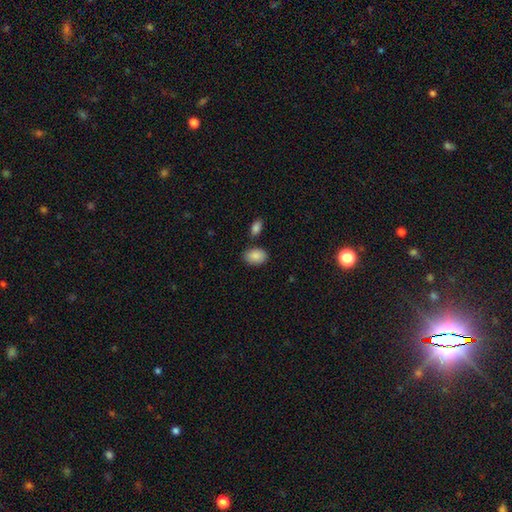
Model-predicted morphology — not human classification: The model was most divided on "merging": none: 77%, minor disturbance: 12%, merger: 7%, major disturbance: 3%. More confident: smooth or featured — smooth (88%); how rounded — in between (85%).